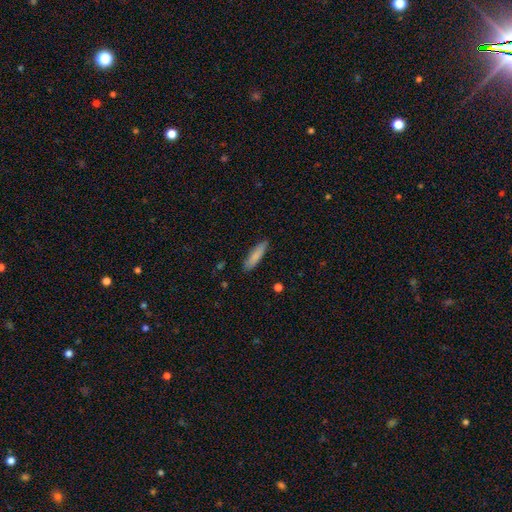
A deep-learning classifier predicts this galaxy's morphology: This appears to be a smooth galaxy with no disk features (83%) that is cigar-shaped (73%). Merging: none (85%).